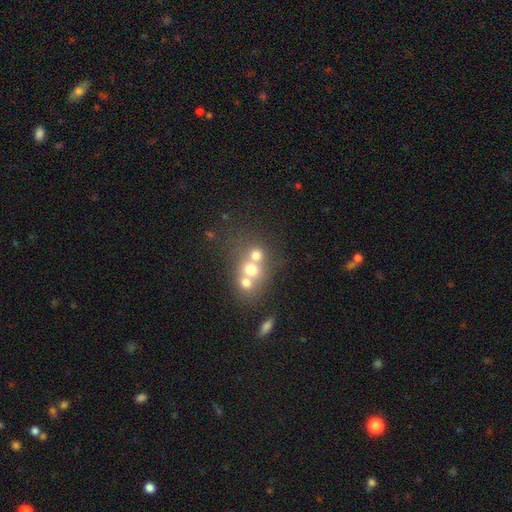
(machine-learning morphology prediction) The model was most divided on "merging": merger: 60%, none: 31%, minor disturbance: 6%, major disturbance: 4%. More confident: how rounded — round (74%); smooth or featured — smooth (63%).